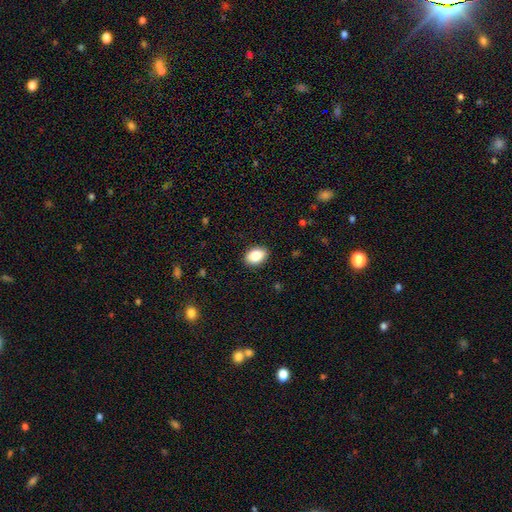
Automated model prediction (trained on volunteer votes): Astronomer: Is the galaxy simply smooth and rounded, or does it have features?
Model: smooth — 88%.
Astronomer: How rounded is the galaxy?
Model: in between — 86%.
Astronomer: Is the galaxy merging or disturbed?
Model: none — 89%.